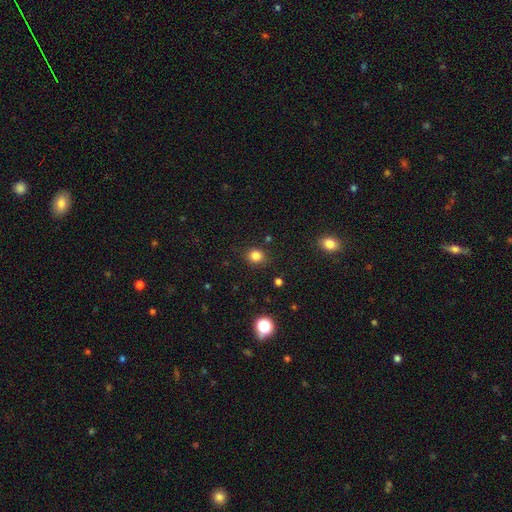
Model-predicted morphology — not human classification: Overall: smooth (82%). How rounded: round (79%). Merging: none (88%).